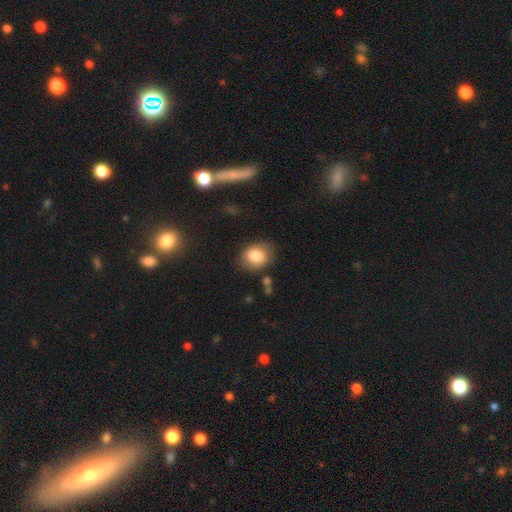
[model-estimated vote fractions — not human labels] Smooth or featured: smooth — 82% (featured or disk — 10%)
How rounded: in between — 51% (round — 48%)
Merging: none — 78% (minor disturbance — 15%)